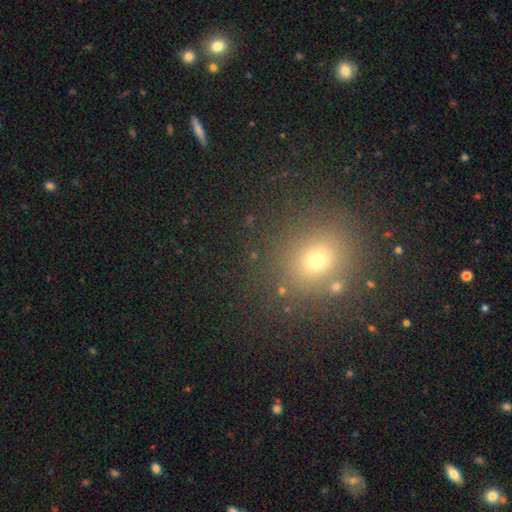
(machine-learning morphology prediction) This appears to be a smooth galaxy with no disk features (62%) that is round (76%). Merging: none (85%).